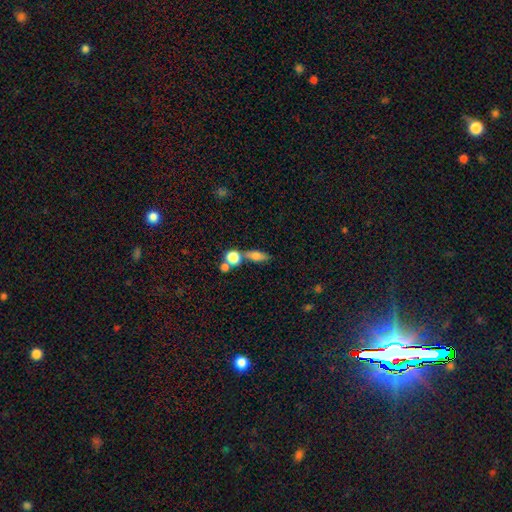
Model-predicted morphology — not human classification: smooth_or_featured: smooth (p=0.67) [alt: featured or disk p=0.21]
how_rounded: in between (p=0.51) [alt: cigar-shaped p=0.31]
merging: none (p=0.55) [alt: merger p=0.26]